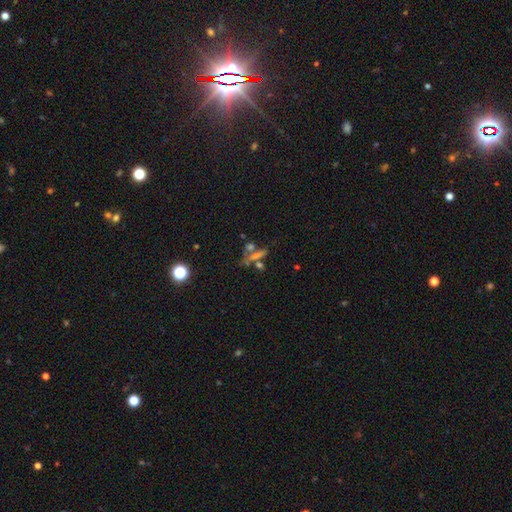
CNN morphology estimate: Smooth or featured? smooth (39%)
Merging? none (54%)